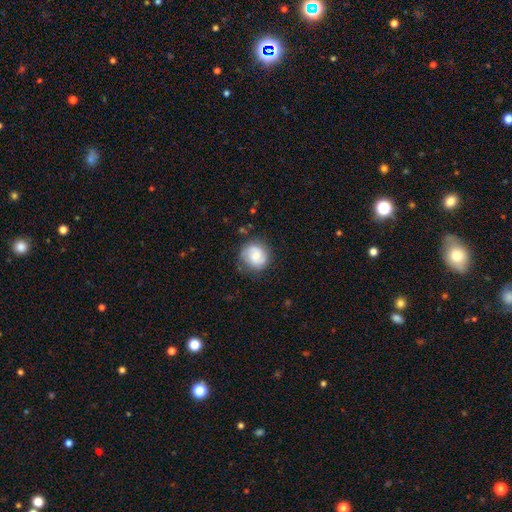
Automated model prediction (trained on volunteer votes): smooth-or-featured: featured or disk: 48% | smooth: 44% | star or artifact: 8%
  merging: none: 76% | minor disturbance: 17% | major disturbance: 6% | merger: 1%